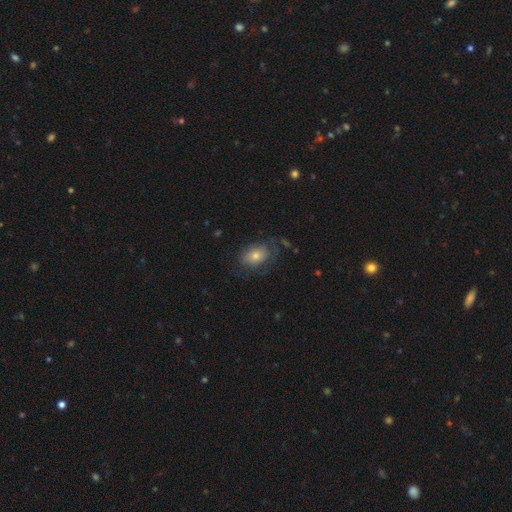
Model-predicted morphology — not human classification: This appears to be a smooth galaxy with no disk features (57%) that is in between round and cigar-shaped (79%). Merging: none (61%).